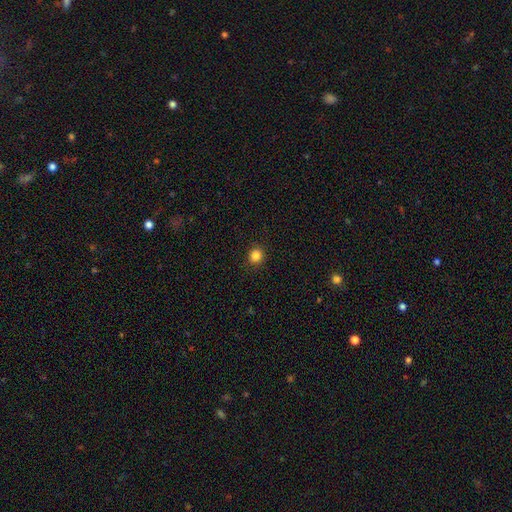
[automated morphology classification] smooth 84%, star or artifact 12%, featured or disk 4%. Down the decision tree: how rounded — round (90%); merging — none (91%).